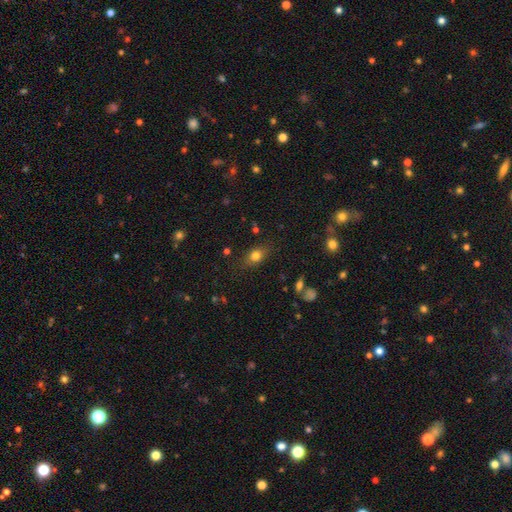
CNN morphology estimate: Smooth or featured? Predicted: smooth (p=0.77). How rounded? Predicted: in between (p=0.67). Merging? Predicted: none (p=0.79).